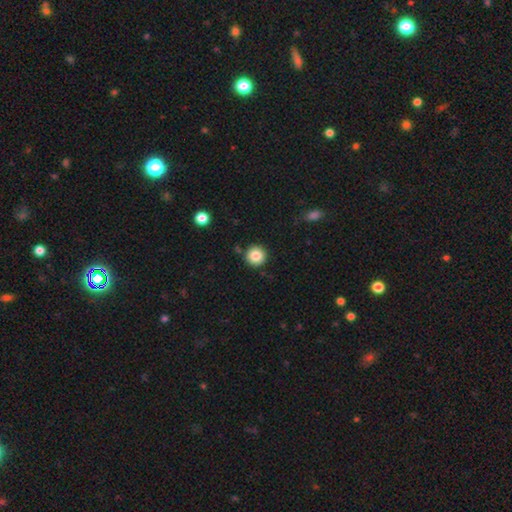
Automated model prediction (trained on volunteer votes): Q: Smooth or featured?
A: smooth (84%); runner-up: star or artifact (10%)
Q: How rounded?
A: round (95%); runner-up: in between (4%)
Q: Merging?
A: none (89%); runner-up: minor disturbance (6%)